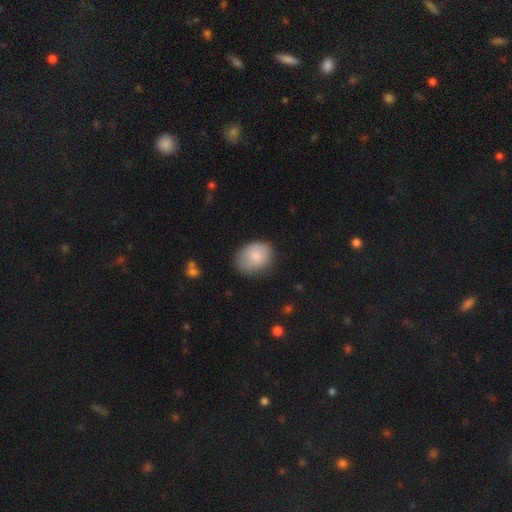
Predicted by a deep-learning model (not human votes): A smooth galaxy with no disk features (79%) that is in between round and cigar-shaped (63%). Merging: none (64%).